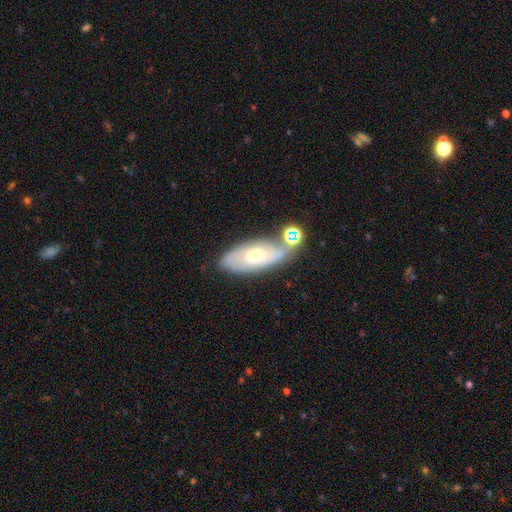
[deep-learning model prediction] Q: Smooth or featured?
A: featured or disk (69%); runner-up: smooth (24%)
Q: Edge-on disk?
A: no (90%); runner-up: yes (10%)
Q: Bar?
A: no (66%); runner-up: weak (28%)
Q: Spiral arms?
A: yes (87%); runner-up: no (13%)
Q: Spiral winding?
A: tight (47%); runner-up: medium (39%)
Q: Spiral arm count?
A: 2 (55%); runner-up: can't tell (30%)
Q: Bulge size?
A: small (48%); runner-up: moderate (44%)
Q: Merging?
A: none (58%); runner-up: minor disturbance (19%)